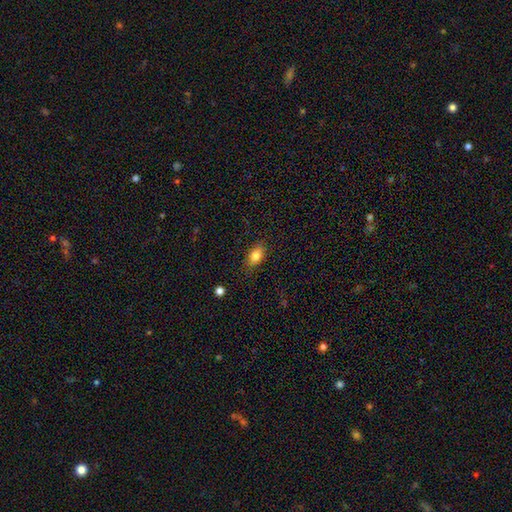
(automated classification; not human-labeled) This is clearly a smooth galaxy (84%). How rounded: clearly in between (85%). Merging: clearly none (82%).